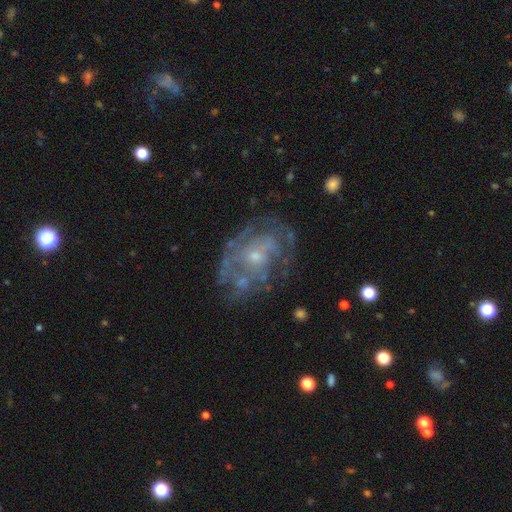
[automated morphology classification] Smooth or featured?
  - featured or disk: 79% *
  - smooth: 13%
  - star or artifact: 8%
Edge-on disk?
  - no: 97% *
  - yes: 3%
Bar?
  - no: 76% *
  - weak: 20%
  - strong: 4%
Spiral arms?
  - yes: 67% *
  - no: 33%
Spiral winding?
  - tight: 52% *
  - medium: 35%
  - loose: 14%
Spiral arm count?
  - can't tell: 52% *
  - 2: 19%
  - 3: 13%
  - 4: 6%
  - 1: 5%
  - more than 4: 4%
Bulge size?
  - small: 64% *
  - moderate: 30%
  - none: 3%
  - large: 2%
  - dominant: 1%
Merging?
  - none: 60% *
  - minor disturbance: 22%
  - major disturbance: 15%
  - merger: 3%